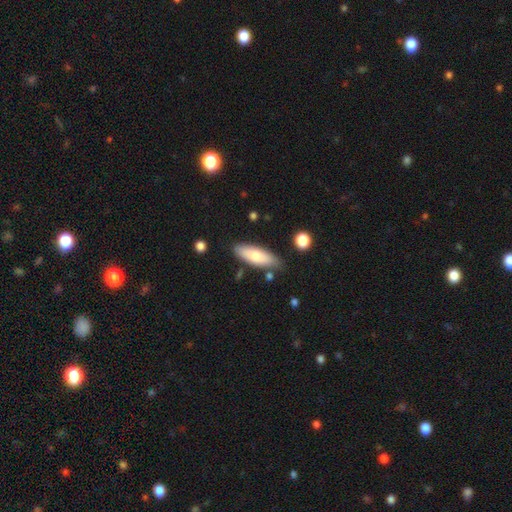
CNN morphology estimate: A smooth galaxy with no disk features (69%) that is in between round and cigar-shaped (63%). Merging: none (80%).